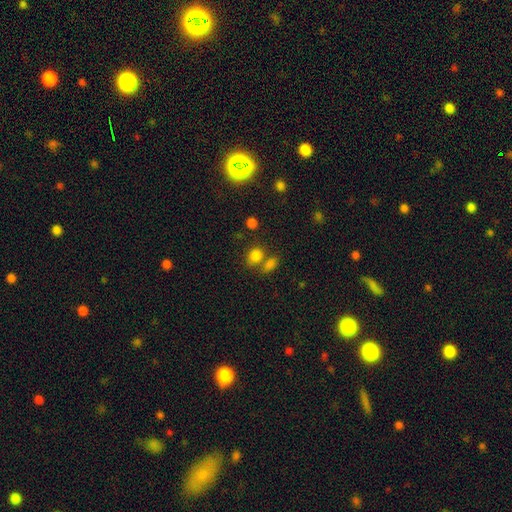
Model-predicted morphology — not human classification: A smooth galaxy with no disk features (80%) that is round (51%).

Vote fractions:
- Smooth or featured? smooth: 80% / star or artifact: 13% / featured or disk: 7%
- How rounded? round: 51% / in between: 47% / cigar-shaped: 2%
- Merging? none: 55% / merger: 28% / minor disturbance: 12% / major disturbance: 5%